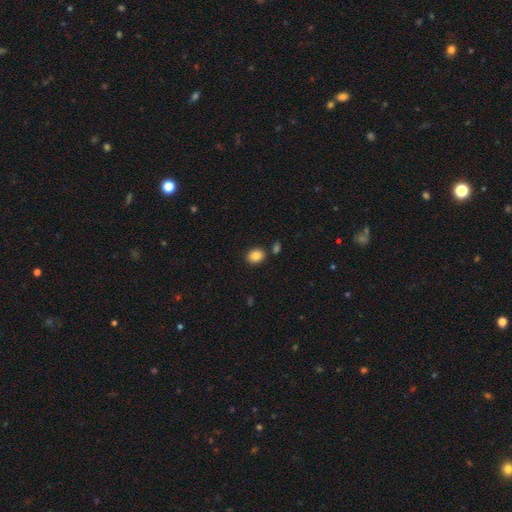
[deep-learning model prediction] Smooth or featured? smooth (87%)
How rounded? in between (50%)
Merging? none (81%)